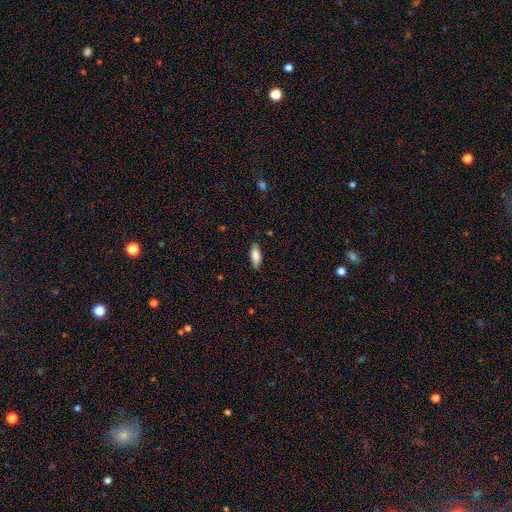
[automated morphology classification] smooth-or-featured: smooth: 84% | featured or disk: 9% | star or artifact: 6%
  how-rounded: in between: 78% | cigar-shaped: 20% | round: 2%
  merging: none: 84% | minor disturbance: 13% | major disturbance: 2% | merger: 1%